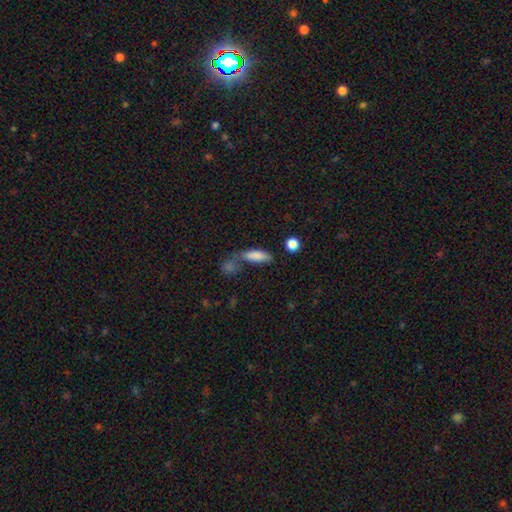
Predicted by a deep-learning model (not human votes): Smooth or featured: smooth — 82% (featured or disk — 9%)
How rounded: in between — 58% (cigar-shaped — 39%)
Merging: none — 42% (merger — 29%)